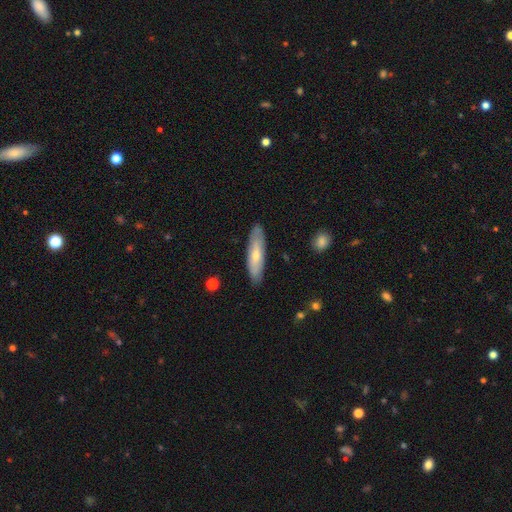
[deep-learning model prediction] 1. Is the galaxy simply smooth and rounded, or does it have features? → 59% smooth, 36% featured or disk, 5% star or artifact.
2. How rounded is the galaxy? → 63% cigar-shaped, 36% in between, 2% round.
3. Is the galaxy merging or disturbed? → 85% none, 11% minor disturbance, 2% major disturbance, 1% merger.